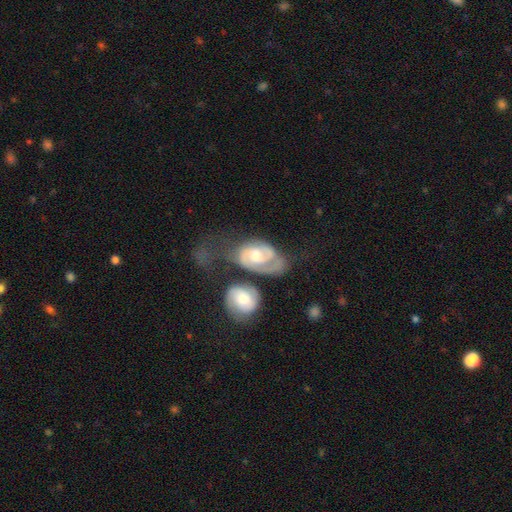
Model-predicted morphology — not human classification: A featured or disk galaxy (75%) with no bar (59%), 2 (55%) tight (52%) spiral arms (89%) and a moderate central bulge (64%). Merging: none (29%).